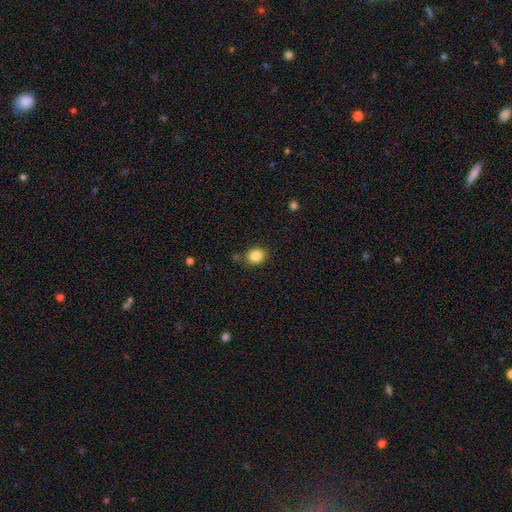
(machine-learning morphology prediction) Smooth or featured: smooth — 85% (star or artifact — 10%)
How rounded: round — 60% (in between — 40%)
Merging: none — 82% (minor disturbance — 11%)